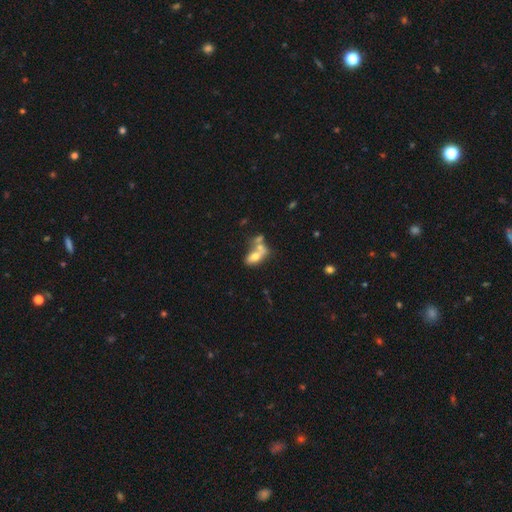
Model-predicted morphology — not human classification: Overall: smooth (61%; featured or disk 29%). How rounded: in between (81%). Merging: merger (52%; none 26%).